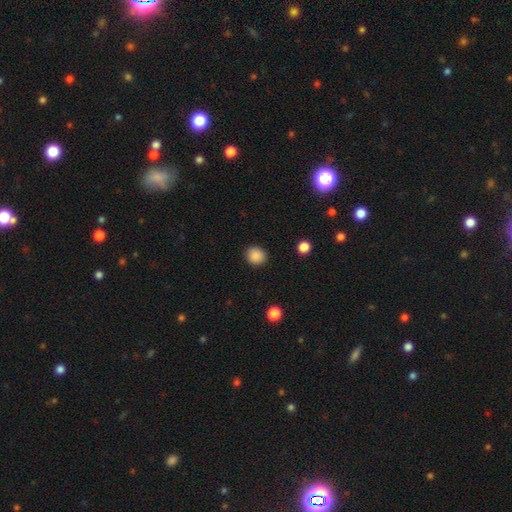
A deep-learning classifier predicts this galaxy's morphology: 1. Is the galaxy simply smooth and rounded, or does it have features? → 88% smooth, 9% star or artifact, 3% featured or disk.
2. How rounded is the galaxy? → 83% round, 16% in between, 1% cigar-shaped.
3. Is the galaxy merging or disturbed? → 89% none, 7% minor disturbance, 2% major disturbance, 1% merger.